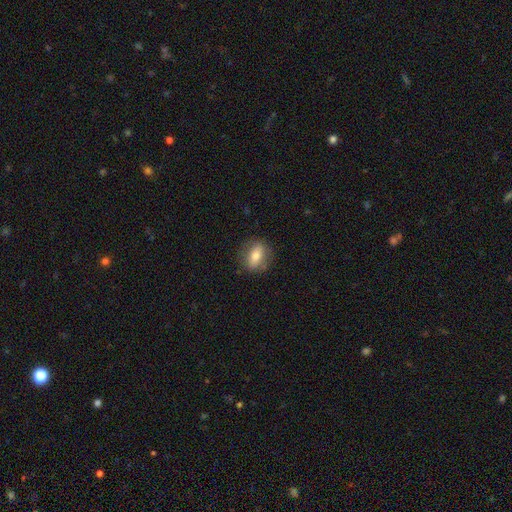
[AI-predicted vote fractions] Smooth or featured? Predicted: smooth (p=0.67). How rounded? Predicted: in between (p=0.65). Merging? Predicted: none (p=0.82).